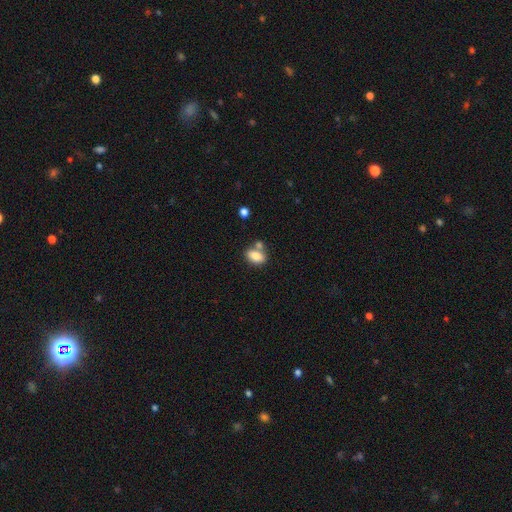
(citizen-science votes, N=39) Morphology: type=smooth (82%); roundness=in between (94%); merging=none (37%, tied with merger).